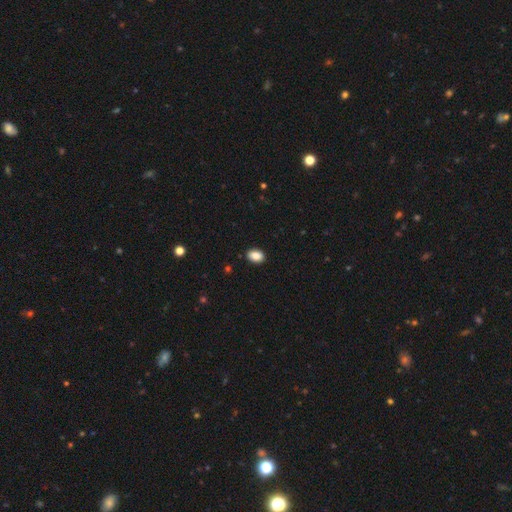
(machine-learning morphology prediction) A smooth galaxy with no disk features (89%) that is in between round and cigar-shaped (82%). Merging: none (89%).